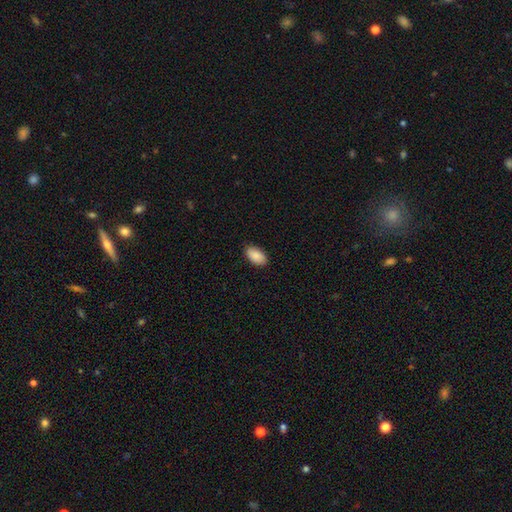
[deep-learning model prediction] Smooth or featured?
  - smooth: 90% *
  - star or artifact: 6%
  - featured or disk: 4%
How rounded?
  - in between: 95% *
  - round: 3%
  - cigar-shaped: 2%
Merging?
  - none: 88% *
  - minor disturbance: 9%
  - major disturbance: 2%
  - merger: 1%